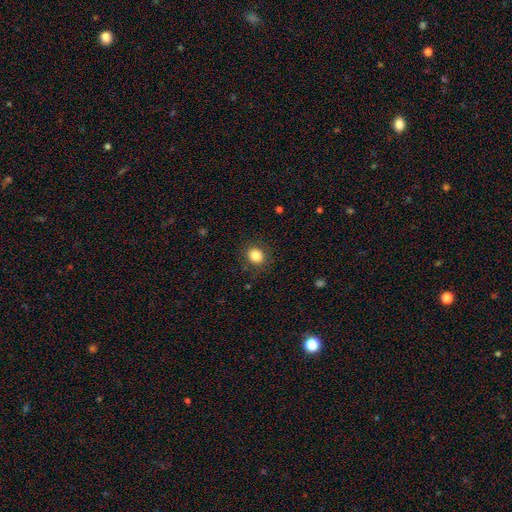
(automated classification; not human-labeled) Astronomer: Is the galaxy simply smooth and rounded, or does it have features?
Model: smooth — 83%.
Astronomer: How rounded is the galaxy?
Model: round — 75%.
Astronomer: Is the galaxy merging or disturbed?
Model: none — 87%.